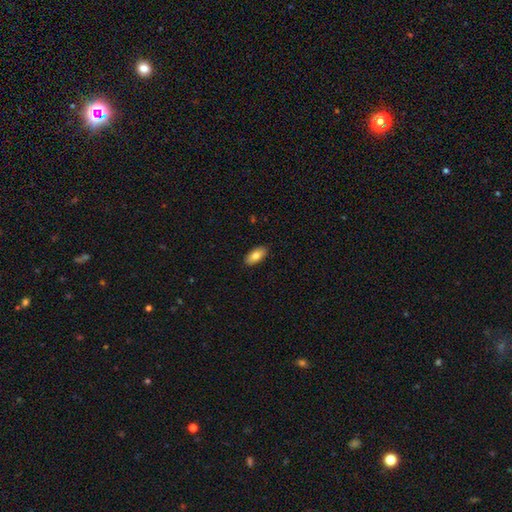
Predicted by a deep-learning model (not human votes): Morphology: type=smooth (81%); roundness=in between (89%); merging=none (90%).